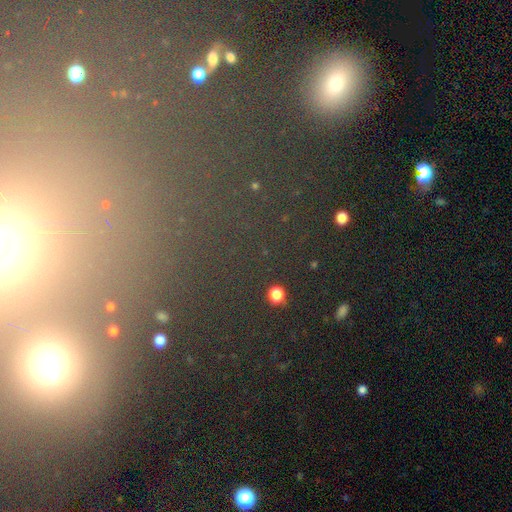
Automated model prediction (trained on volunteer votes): Q: Smooth or featured?
A: star or artifact (57%); runner-up: smooth (30%)